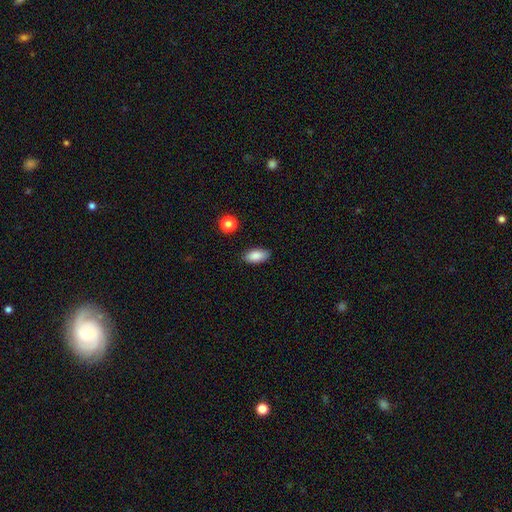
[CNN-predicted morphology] smooth_or_featured: smooth (p=0.87) [alt: star or artifact p=0.08]
how_rounded: in between (p=0.91) [alt: cigar-shaped p=0.06]
merging: none (p=0.85) [alt: minor disturbance p=0.11]